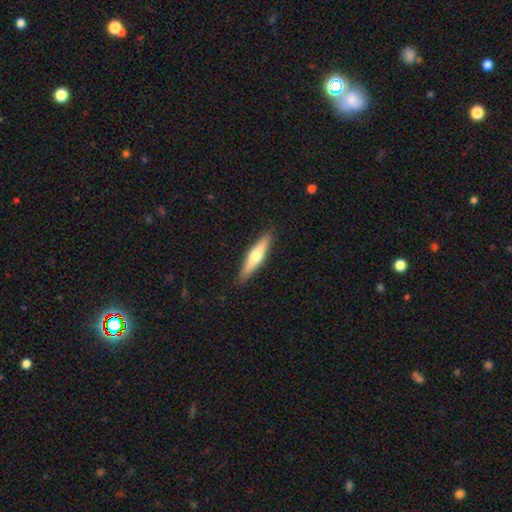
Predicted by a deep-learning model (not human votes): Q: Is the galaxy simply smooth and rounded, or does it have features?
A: smooth — 50%.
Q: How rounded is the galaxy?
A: cigar-shaped — 84%.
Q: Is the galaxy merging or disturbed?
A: none — 89%.